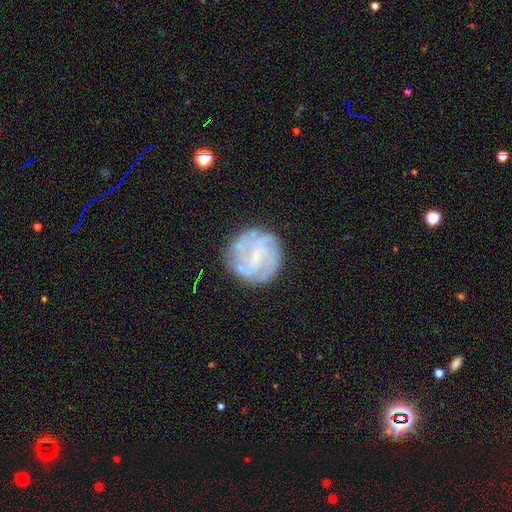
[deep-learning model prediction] Morphology: type=featured or disk (66%); edge-on=no (98%); bar=no (51%); spiral arms=yes (70%); bulge=small (51%); merging=none (75%).